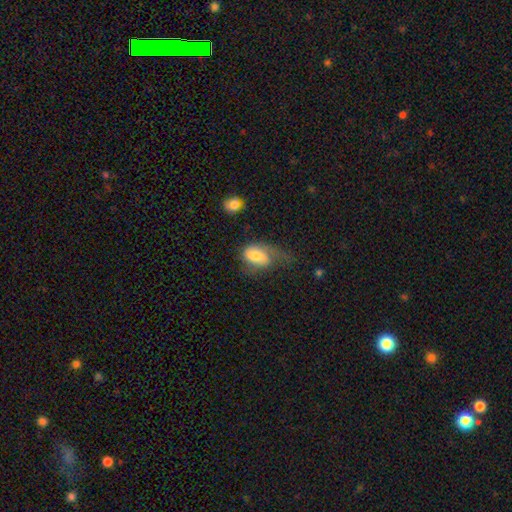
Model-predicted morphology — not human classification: This is likely a smooth galaxy (65%). How rounded: clearly in between (82%). Merging: marginally major disturbance (42%).